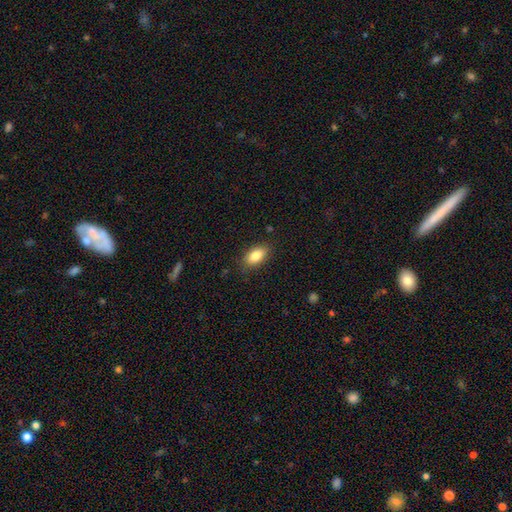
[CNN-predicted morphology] smooth 85%, star or artifact 7%, featured or disk 7%. Down the decision tree: how rounded — in between (90%); merging — none (85%).